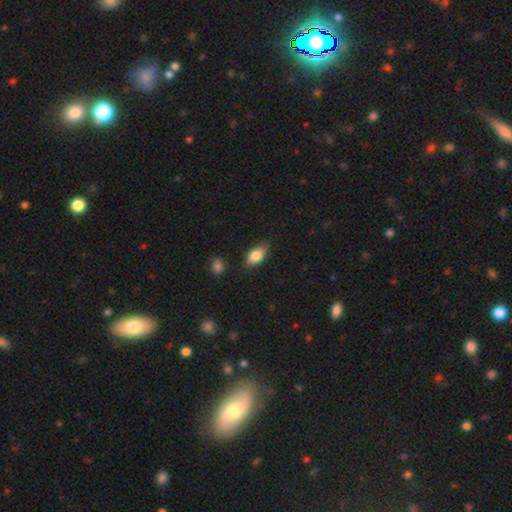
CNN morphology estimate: Smooth or featured? Predicted: smooth (p=0.84). How rounded? Predicted: in between (p=0.89). Merging? Predicted: none (p=0.81).